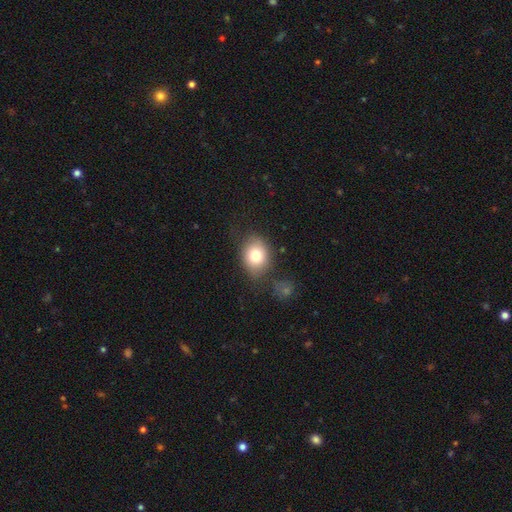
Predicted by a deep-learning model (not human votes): smooth-or-featured: smooth: 77% | featured or disk: 14% | star or artifact: 9%
  how-rounded: in between: 56% | round: 43% | cigar-shaped: 1%
  merging: none: 69% | minor disturbance: 18% | major disturbance: 7% | merger: 5%